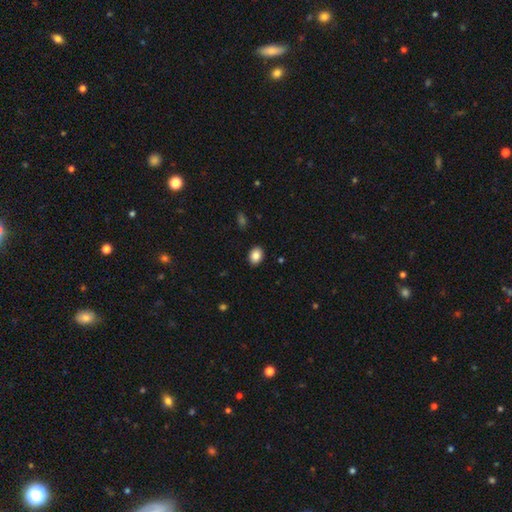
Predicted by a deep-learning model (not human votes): Overall: smooth (86%). How rounded: in between (68%; round 31%). Merging: none (90%).